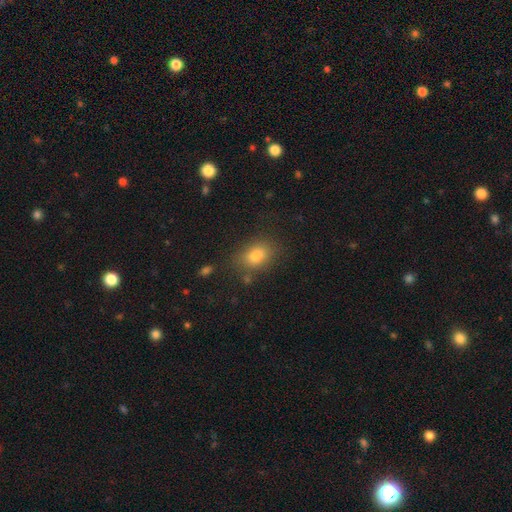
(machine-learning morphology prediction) This is clearly a smooth galaxy (80%). How rounded: likely in between (77%). Merging: likely none (76%).